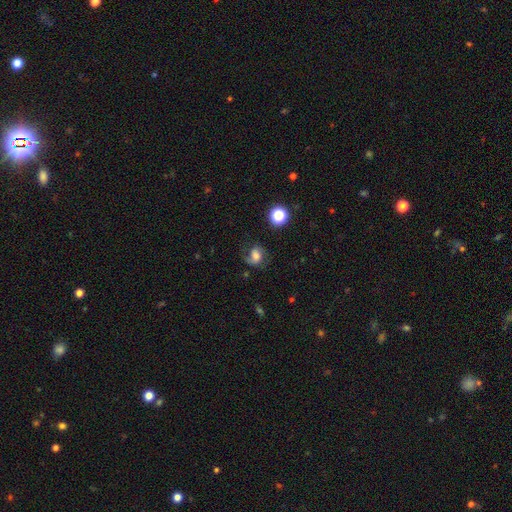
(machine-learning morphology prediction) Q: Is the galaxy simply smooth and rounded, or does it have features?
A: featured or disk — 55%.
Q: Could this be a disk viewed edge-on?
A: no — 97%.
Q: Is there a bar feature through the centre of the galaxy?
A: no — 46%.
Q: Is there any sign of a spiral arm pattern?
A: yes — 91%.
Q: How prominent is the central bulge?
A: moderate — 45%.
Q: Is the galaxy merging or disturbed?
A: none — 61%.